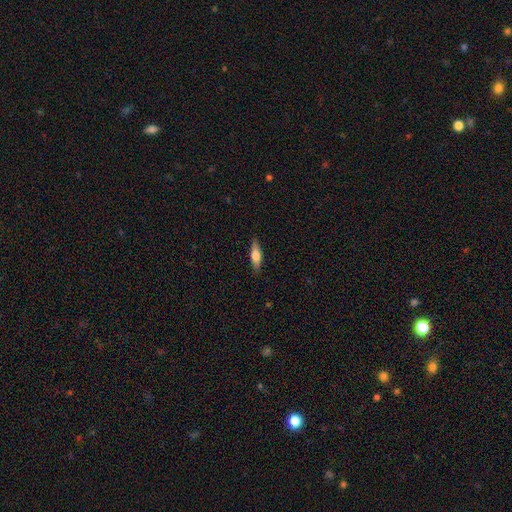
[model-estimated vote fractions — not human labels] A smooth galaxy with no disk features (62%) that is in between round and cigar-shaped (50%).

Vote fractions:
- Smooth or featured? smooth: 62% / featured or disk: 32% / star or artifact: 6%
- How rounded? in between: 50% / cigar-shaped: 48% / round: 3%
- Merging? none: 86% / minor disturbance: 11% / major disturbance: 2% / merger: 1%